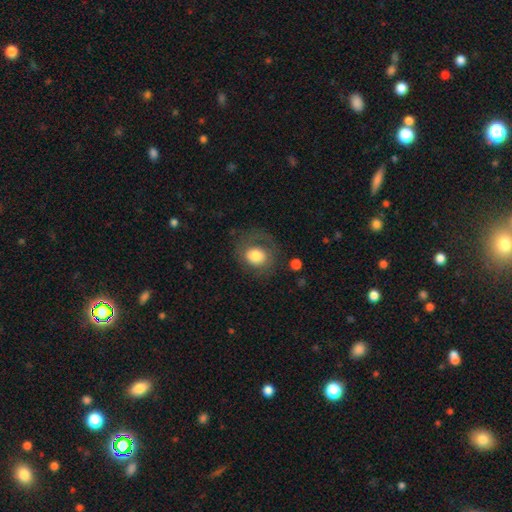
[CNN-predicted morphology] Smooth or featured?
  - smooth: 70% *
  - featured or disk: 22%
  - star or artifact: 8%
How rounded?
  - round: 66% *
  - in between: 33%
  - cigar-shaped: 1%
Merging?
  - none: 58% *
  - minor disturbance: 20%
  - major disturbance: 20%
  - merger: 2%